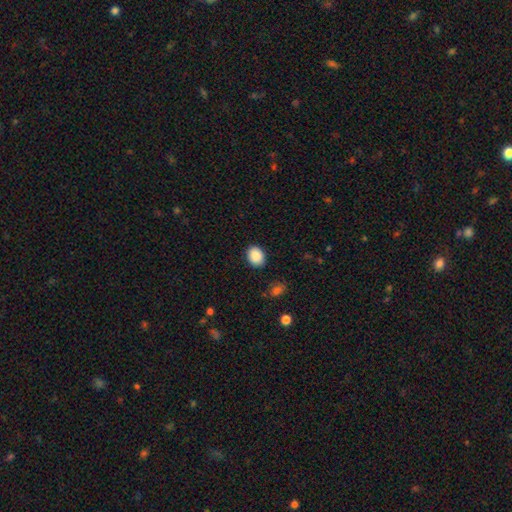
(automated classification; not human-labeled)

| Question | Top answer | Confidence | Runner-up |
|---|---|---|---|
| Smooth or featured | smooth | 90% | star or artifact (8%) |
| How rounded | in between | 61% | round (38%) |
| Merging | none | 88% | minor disturbance (9%) |